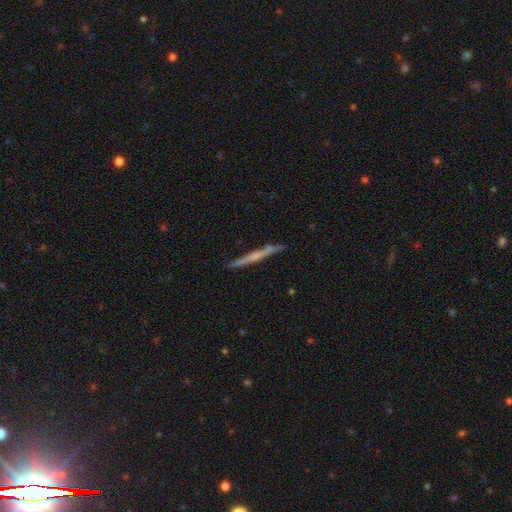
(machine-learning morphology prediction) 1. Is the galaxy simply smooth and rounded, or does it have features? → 62% featured or disk, 32% smooth, 6% star or artifact.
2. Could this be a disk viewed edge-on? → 98% yes, 2% no.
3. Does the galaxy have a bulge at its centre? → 58% none, 33% rounded, 9% boxy.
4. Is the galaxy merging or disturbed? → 89% none, 8% minor disturbance, 2% major disturbance, 1% merger.